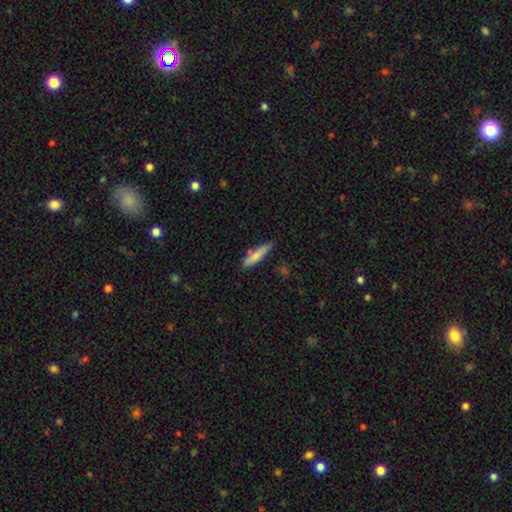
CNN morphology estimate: Smooth or featured? Predicted: smooth (p=0.77). How rounded? Predicted: cigar-shaped (p=0.83). Merging? Predicted: none (p=0.76).